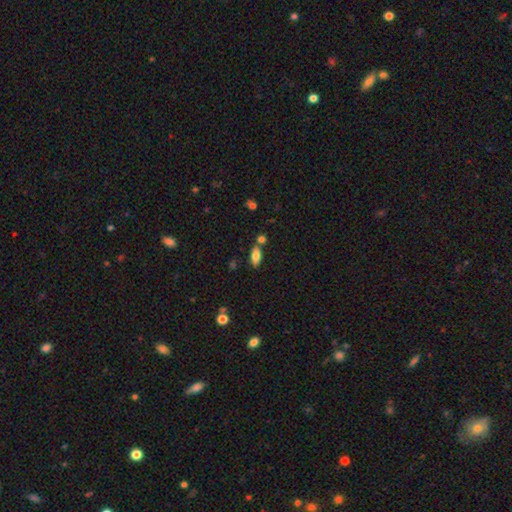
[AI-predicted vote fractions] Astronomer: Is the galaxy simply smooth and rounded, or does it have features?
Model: smooth — 82%.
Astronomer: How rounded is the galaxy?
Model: in between — 87%.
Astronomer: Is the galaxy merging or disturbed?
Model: none — 69%.